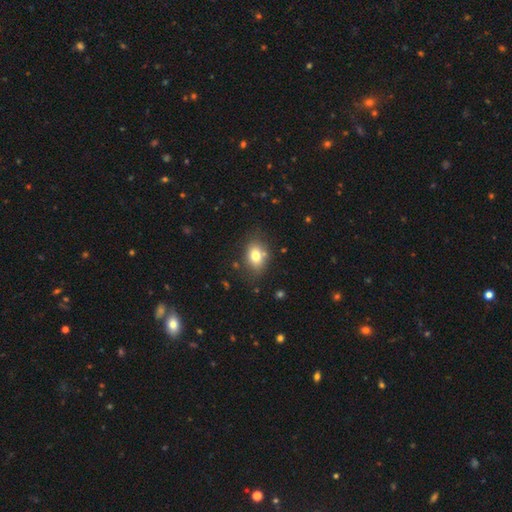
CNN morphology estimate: The model was most divided on "how rounded": in between: 71%, round: 28%, cigar-shaped: 1%. More confident: smooth or featured — smooth (76%); merging — none (74%).